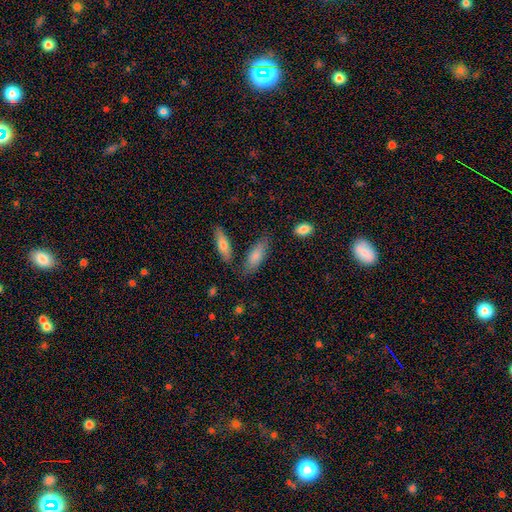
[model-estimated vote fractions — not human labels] Q: Smooth or featured?
A: smooth (80%); runner-up: featured or disk (14%)
Q: How rounded?
A: in between (71%); runner-up: cigar-shaped (26%)
Q: Merging?
A: none (71%); runner-up: minor disturbance (17%)